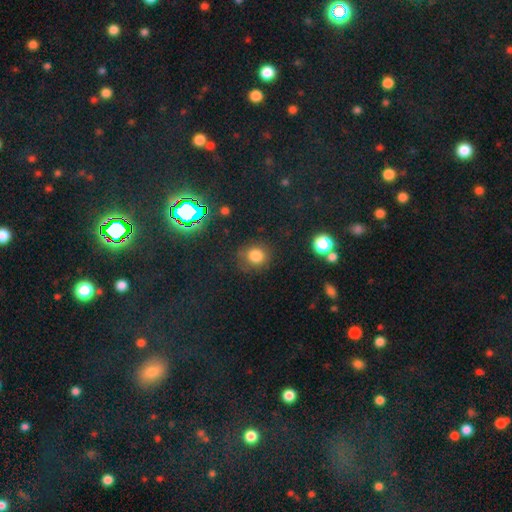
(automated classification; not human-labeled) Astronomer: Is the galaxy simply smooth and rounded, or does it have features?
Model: smooth — 78%.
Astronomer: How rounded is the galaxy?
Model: round — 82%.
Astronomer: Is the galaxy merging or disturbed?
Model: none — 76%.